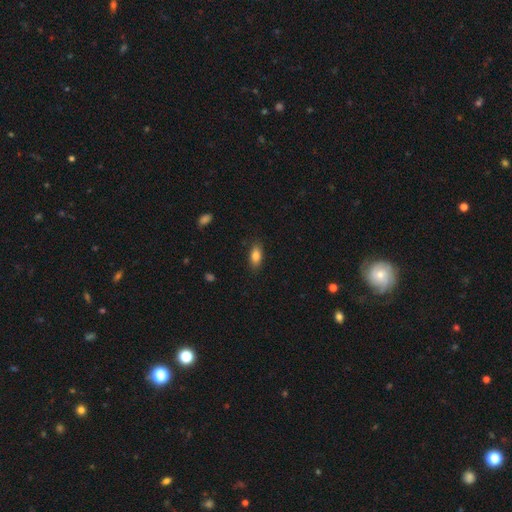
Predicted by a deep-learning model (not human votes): Q: Smooth or featured?
A: smooth (83%); runner-up: featured or disk (9%)
Q: How rounded?
A: in between (85%); runner-up: cigar-shaped (11%)
Q: Merging?
A: none (85%); runner-up: minor disturbance (11%)